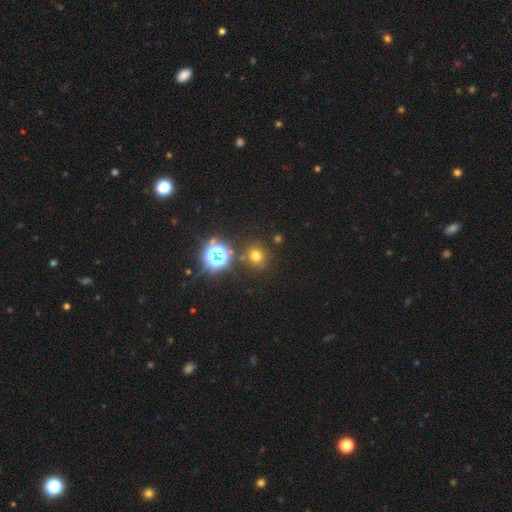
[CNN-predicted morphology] type=smooth (63%); roundness=round (85%); merging=none (83%).